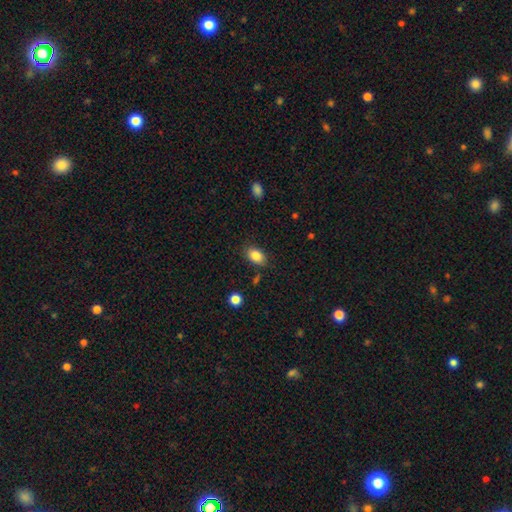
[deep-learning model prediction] Smooth or featured?
  - smooth: 86% *
  - star or artifact: 8%
  - featured or disk: 6%
How rounded?
  - in between: 85% *
  - round: 14%
  - cigar-shaped: 2%
Merging?
  - none: 81% *
  - minor disturbance: 14%
  - major disturbance: 3%
  - merger: 2%